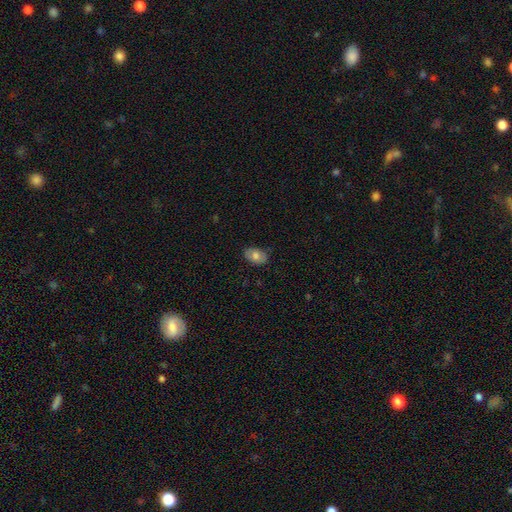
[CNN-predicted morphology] Overall: smooth (78%). How rounded: in between (89%). Merging: none (83%).